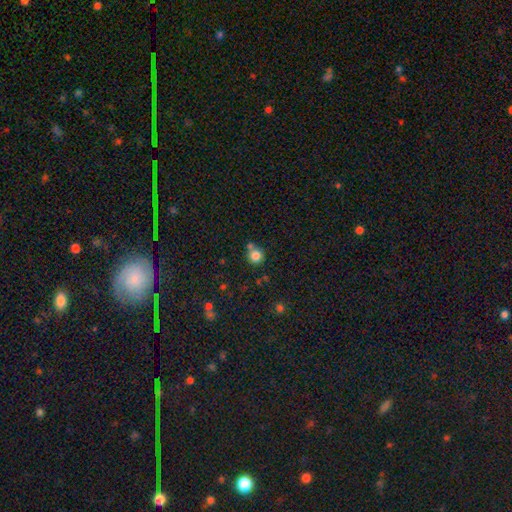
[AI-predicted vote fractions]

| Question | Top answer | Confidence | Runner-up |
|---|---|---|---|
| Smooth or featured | smooth | 82% | star or artifact (12%) |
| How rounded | round | 91% | in between (8%) |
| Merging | none | 63% | merger (24%) |